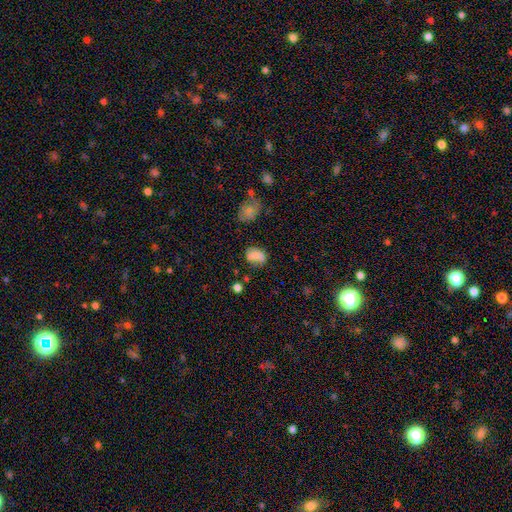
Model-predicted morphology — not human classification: Smooth or featured? smooth (65%)
How rounded? in between (66%)
Merging? none (52%)